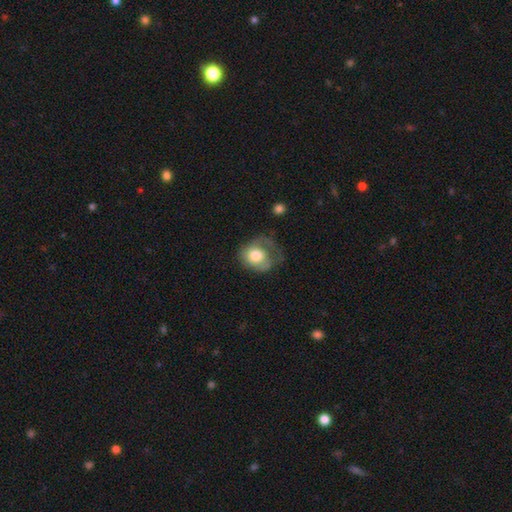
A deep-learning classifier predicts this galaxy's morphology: smooth-or-featured: smooth: 61% | featured or disk: 32% | star or artifact: 7%
  how-rounded: round: 59% | in between: 40% | cigar-shaped: 1%
  merging: major disturbance: 40% | none: 31% | minor disturbance: 28% | merger: 2%